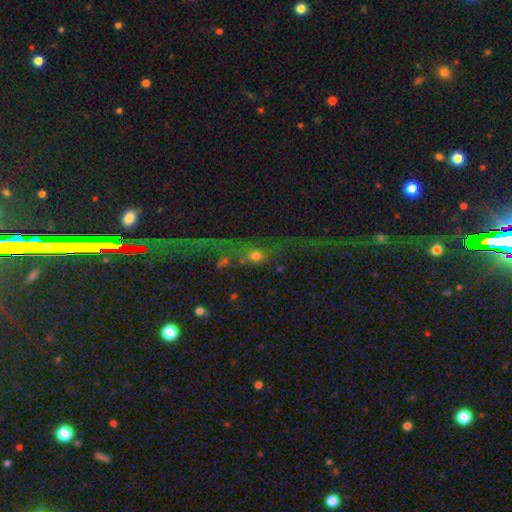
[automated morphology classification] type=smooth (38%); merging=none (39%).